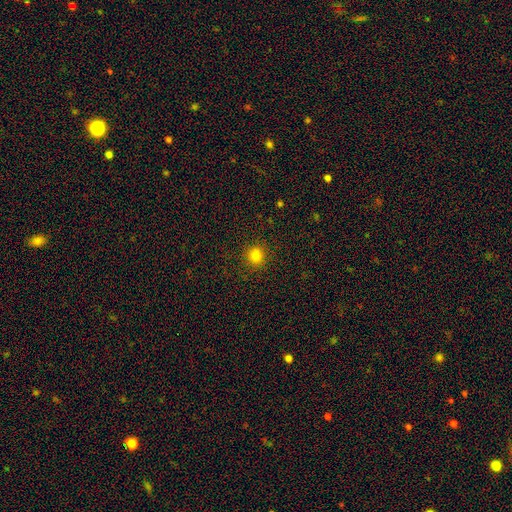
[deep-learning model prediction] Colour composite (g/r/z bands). It shows a smooth galaxy with no disk features (81%) that is round (86%). Merging: none (90%).